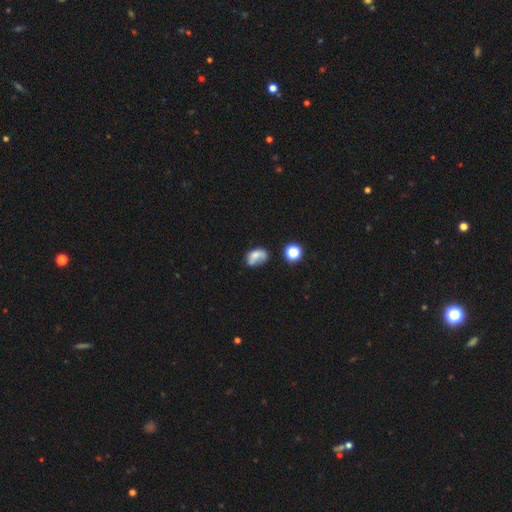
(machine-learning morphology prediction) A smooth galaxy with no disk features (62%) that is in between round and cigar-shaped (77%). Merging: none (34%).